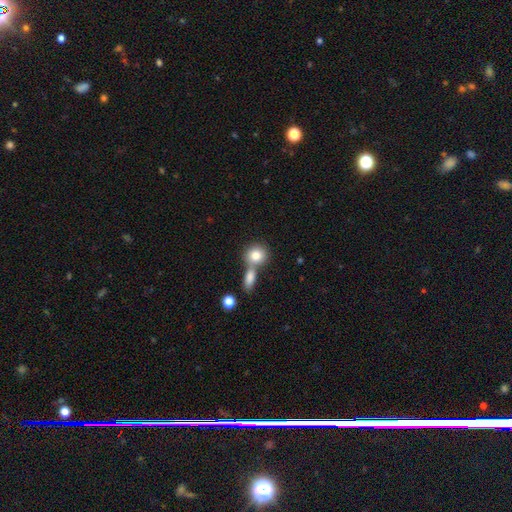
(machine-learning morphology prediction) Smooth or featured: smooth — 82% (featured or disk — 10%)
How rounded: round — 76% (in between — 22%)
Merging: none — 45% (merger — 44%)